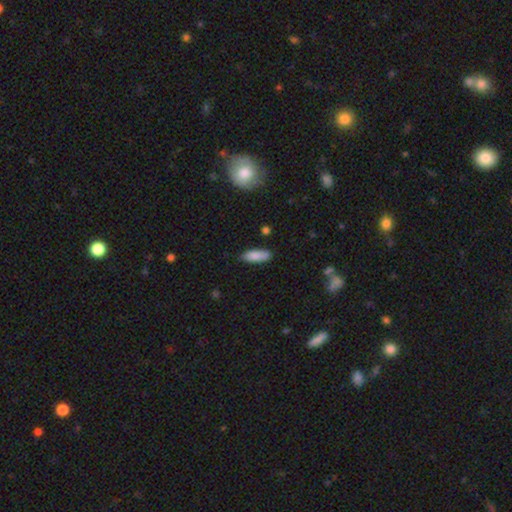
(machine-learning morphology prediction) Smooth or featured?
  - smooth: 85% *
  - featured or disk: 8%
  - star or artifact: 6%
How rounded?
  - in between: 63% *
  - cigar-shaped: 35%
  - round: 2%
Merging?
  - none: 80% *
  - minor disturbance: 16%
  - major disturbance: 3%
  - merger: 2%